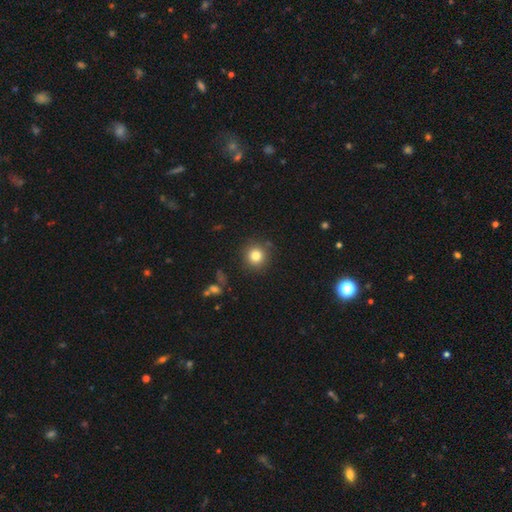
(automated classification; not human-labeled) Smooth or featured? Predicted: smooth (p=0.81). How rounded? Predicted: round (p=0.93). Merging? Predicted: none (p=0.87).